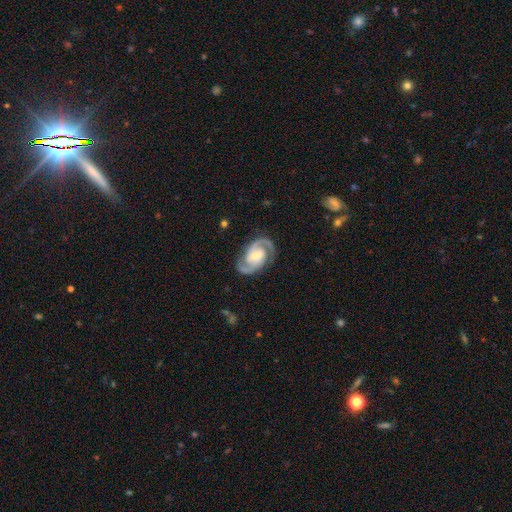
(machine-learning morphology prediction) This appears to be a featured or disk galaxy (92%) with a weak bar (44%), 2 (93%) medium (58%) spiral arms (98%) and a small central bulge (46%). Merging: none (83%).